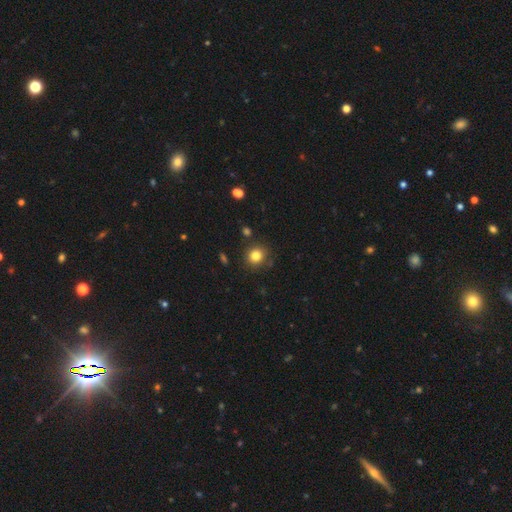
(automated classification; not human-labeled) smooth_or_featured: smooth (p=0.82) [alt: star or artifact p=0.12]
how_rounded: round (p=0.85) [alt: in between p=0.14]
merging: none (p=0.86) [alt: minor disturbance p=0.09]